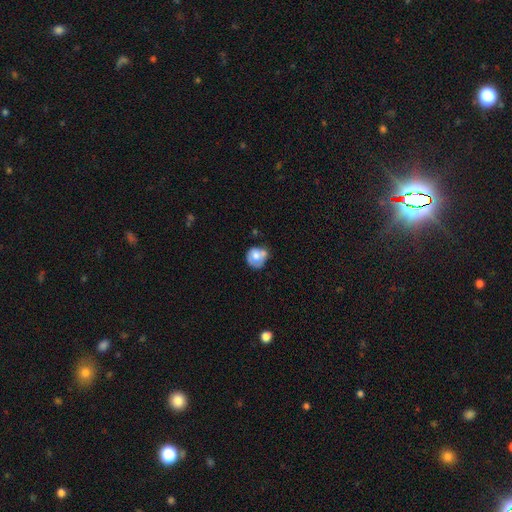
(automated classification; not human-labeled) Overall: smooth (63%; featured or disk 29%). How rounded: round (75%). Merging: none (40%; minor disturbance 30%).